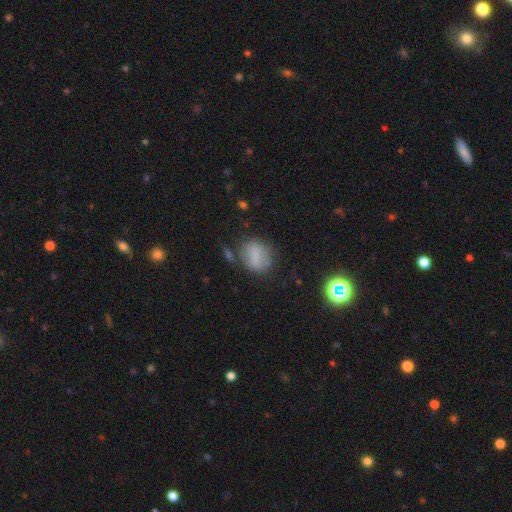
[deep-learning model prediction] Smooth or featured? smooth (69%)
How rounded? round (51%)
Merging? none (64%)